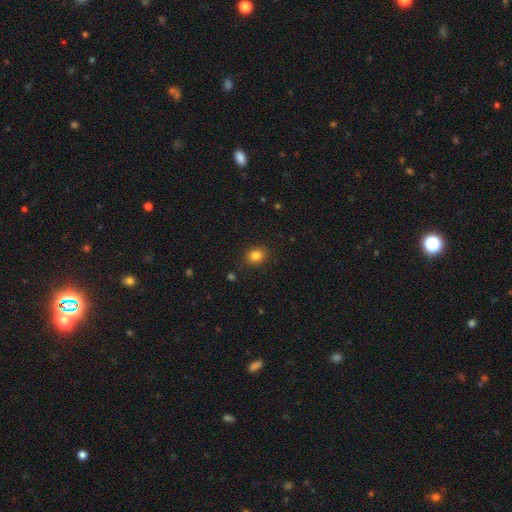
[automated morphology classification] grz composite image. It shows a smooth galaxy with no disk features (83%) that is round (55%). Merging: none (86%).